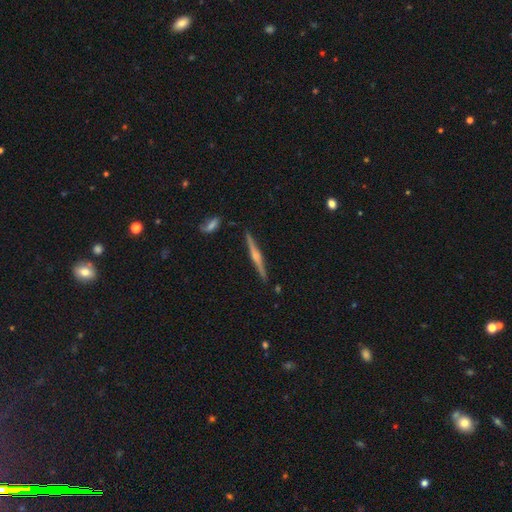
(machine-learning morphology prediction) Q: Smooth or featured?
A: featured or disk (74%); runner-up: smooth (21%)
Q: Edge-on disk?
A: yes (98%); runner-up: no (2%)
Q: Edge-on bulge?
A: rounded (75%); runner-up: none (13%)
Q: Merging?
A: none (90%); runner-up: minor disturbance (7%)